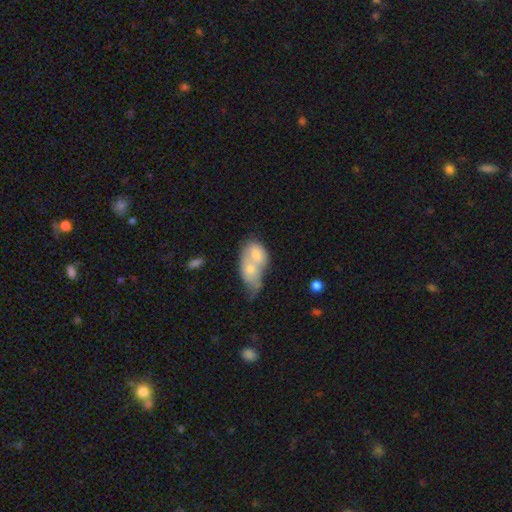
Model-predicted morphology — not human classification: Smooth or featured: smooth — 64% (featured or disk — 29%)
How rounded: in between — 80% (round — 16%)
Merging: merger — 77% (none — 12%)